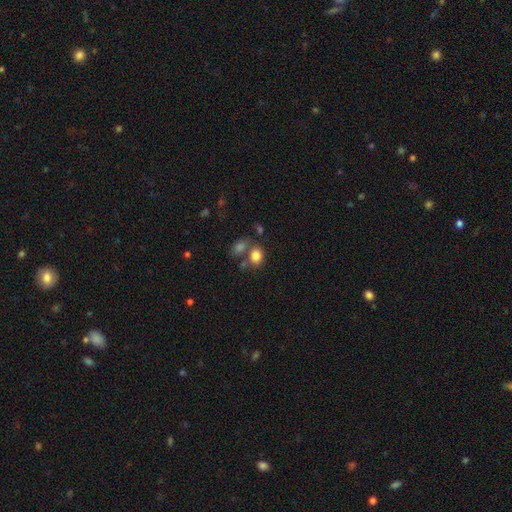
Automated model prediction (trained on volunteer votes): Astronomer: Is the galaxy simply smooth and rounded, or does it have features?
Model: smooth — 81%.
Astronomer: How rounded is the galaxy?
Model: in between — 51% (runner-up: round, 48%).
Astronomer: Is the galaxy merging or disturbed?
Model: none — 55%.